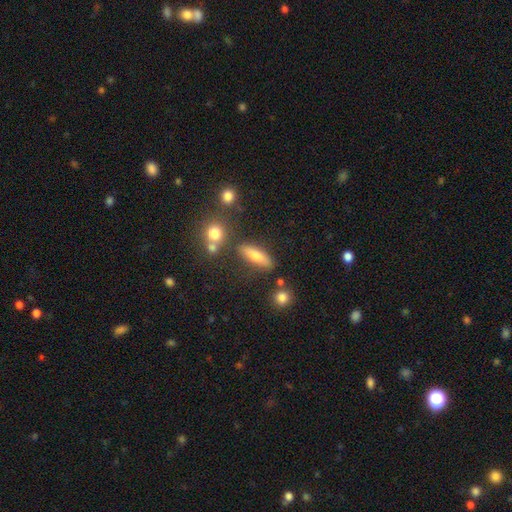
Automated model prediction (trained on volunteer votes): Morphology: type=smooth (60%); roundness=cigar-shaped (53%); merging=none (75%).